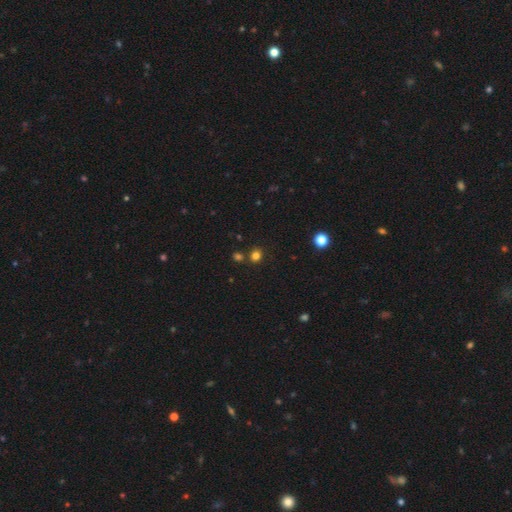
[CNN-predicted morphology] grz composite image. It shows a smooth galaxy with no disk features (76%) that is round (85%). Merging: none (80%).